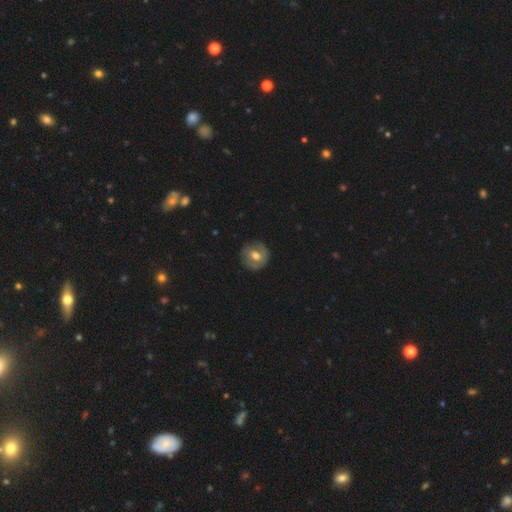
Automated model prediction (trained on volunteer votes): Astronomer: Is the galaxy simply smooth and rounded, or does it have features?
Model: smooth — 49% (runner-up: featured or disk, 44%).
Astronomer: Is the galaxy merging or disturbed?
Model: none — 79%.